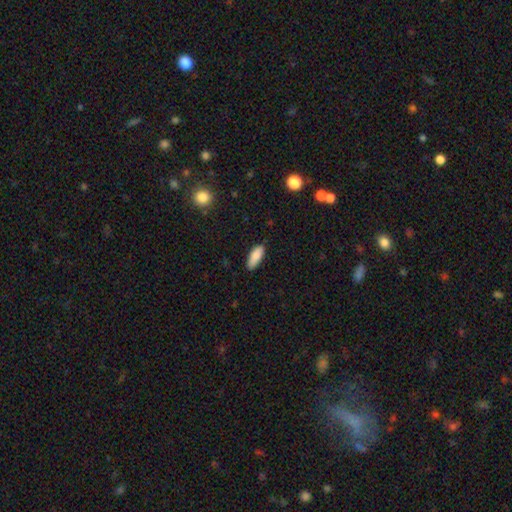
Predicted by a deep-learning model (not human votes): This is clearly a smooth galaxy (88%). How rounded: likely in between (73%). Merging: clearly none (82%).